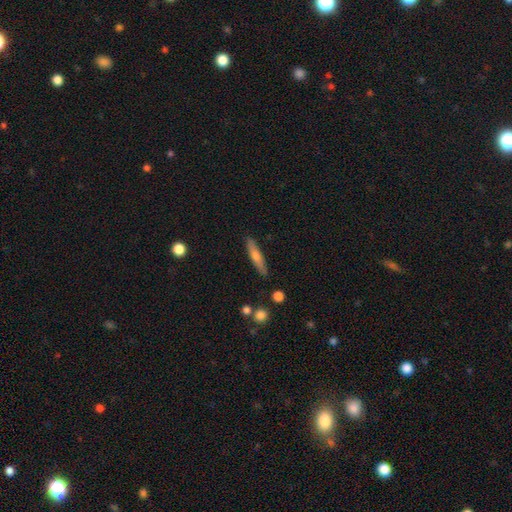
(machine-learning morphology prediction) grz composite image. It shows a smooth galaxy with no disk features (50%). Merging: none (88%).